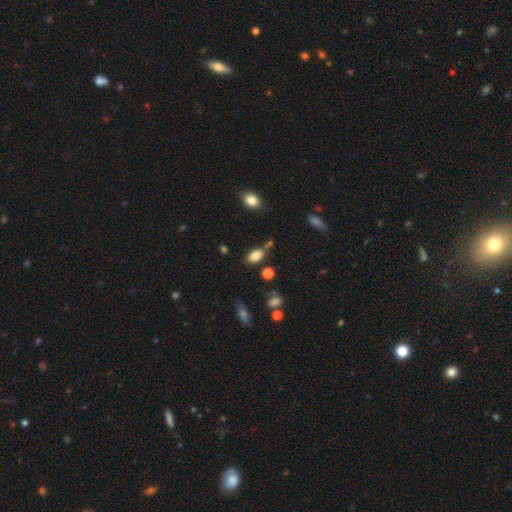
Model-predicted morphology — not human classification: The model was most divided on "merging": none: 63%, minor disturbance: 19%, merger: 12%, major disturbance: 5%. More confident: how rounded — in between (90%); smooth or featured — smooth (82%).